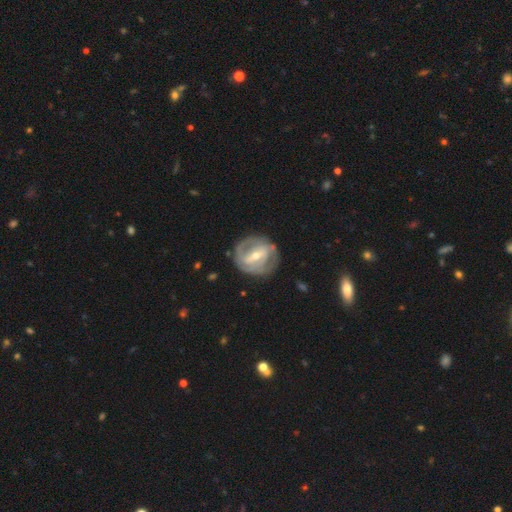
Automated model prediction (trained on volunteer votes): smooth-or-featured: featured or disk: 81% | smooth: 14% | star or artifact: 5%
  disk-edge-on: no: 96% | yes: 4%
    bar: strong: 52% | weak: 35% | no: 13%
    has-spiral-arms: yes: 83% | no: 17%
      spiral-winding: tight: 52% | medium: 35% | loose: 12%
      spiral-arm-count: 2: 58% | can't tell: 22% | 3: 11% | 1: 4% | 4: 3% | more than 4: 2%
    bulge-size: moderate: 51% | small: 45% | large: 2% | none: 1% | dominant: 1%
  merging: none: 74% | minor disturbance: 17% | major disturbance: 7% | merger: 2%